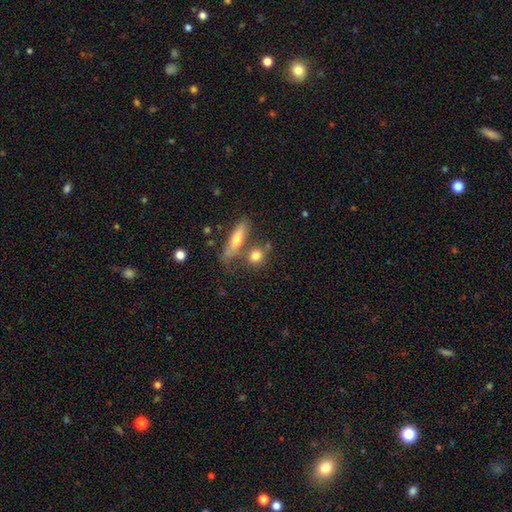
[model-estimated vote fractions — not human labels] Q: Smooth or featured?
A: smooth (77%); runner-up: featured or disk (15%)
Q: How rounded?
A: round (57%); runner-up: in between (28%)
Q: Merging?
A: none (59%); runner-up: merger (24%)